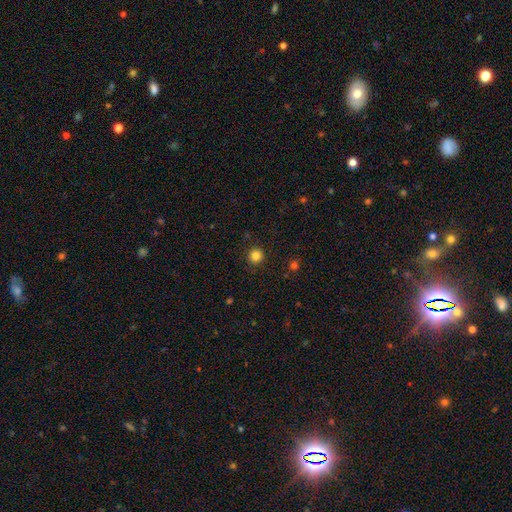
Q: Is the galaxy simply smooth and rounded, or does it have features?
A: smooth — 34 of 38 (89%).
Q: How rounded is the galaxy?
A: round — 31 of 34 (91%).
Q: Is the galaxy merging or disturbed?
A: none — 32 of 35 (91%).